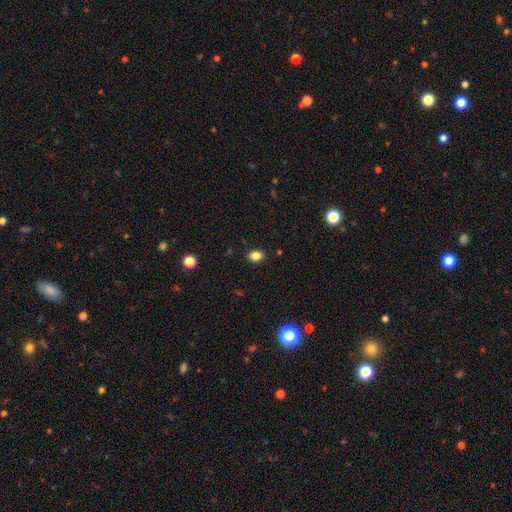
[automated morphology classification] Q: Smooth or featured?
A: smooth (85%); runner-up: star or artifact (11%)
Q: How rounded?
A: in between (59%); runner-up: round (40%)
Q: Merging?
A: none (89%); runner-up: minor disturbance (8%)